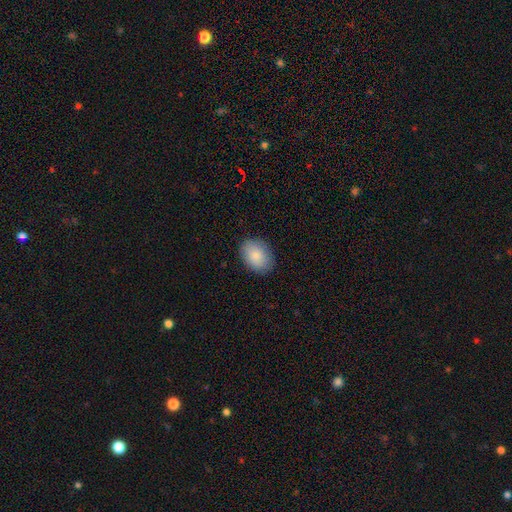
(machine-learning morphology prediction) This appears to be a smooth galaxy with no disk features (87%) that is in between round and cigar-shaped (74%). Merging: none (86%).